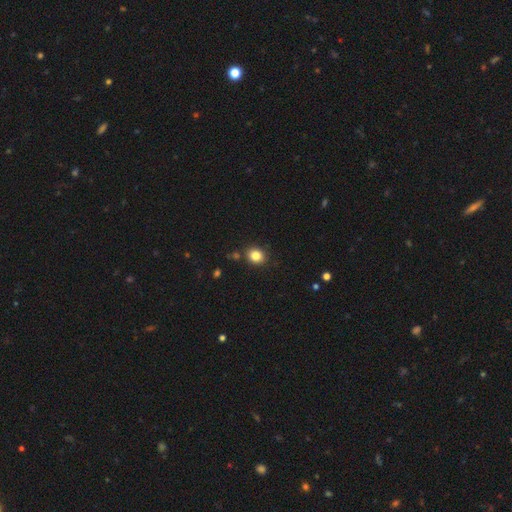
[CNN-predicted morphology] Smooth or featured: smooth — 83% (star or artifact — 11%)
How rounded: round — 65% (in between — 34%)
Merging: none — 85% (minor disturbance — 9%)